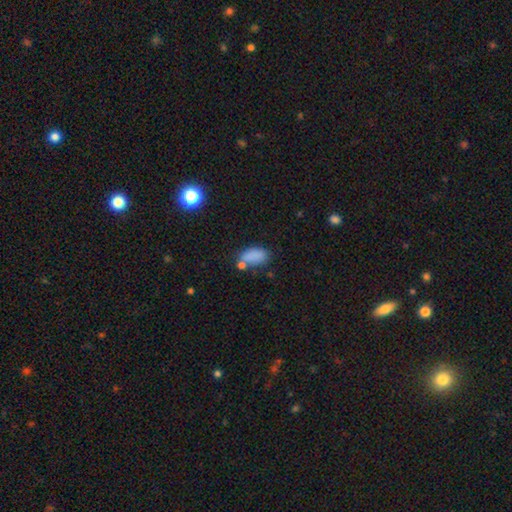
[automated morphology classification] This appears to be a smooth galaxy with no disk features (81%) that is in between round and cigar-shaped (90%). Merging: none (54%).